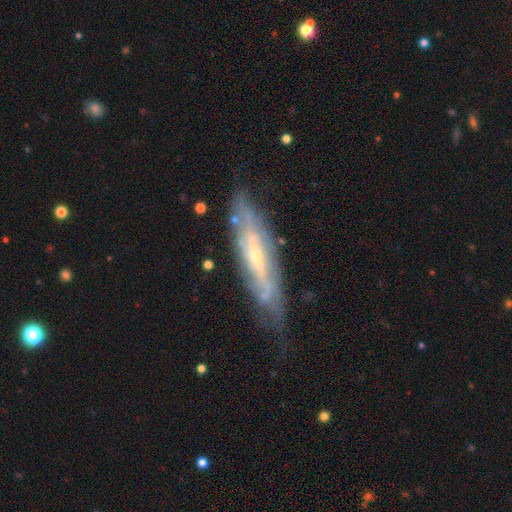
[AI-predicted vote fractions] smooth_or_featured: featured or disk (p=0.75) [alt: smooth p=0.19]
disk_edge_on: no (p=0.50) [tied with: yes p=0.50]
merging: none (p=0.69) [alt: minor disturbance p=0.22]